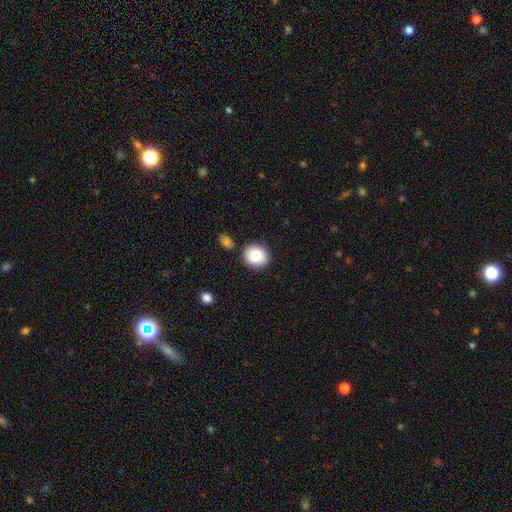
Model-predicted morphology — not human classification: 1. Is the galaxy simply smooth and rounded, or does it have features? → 86% smooth, 8% star or artifact, 6% featured or disk.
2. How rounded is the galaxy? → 83% round, 16% in between, 1% cigar-shaped.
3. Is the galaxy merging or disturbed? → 84% none, 9% minor disturbance, 5% merger, 2% major disturbance.